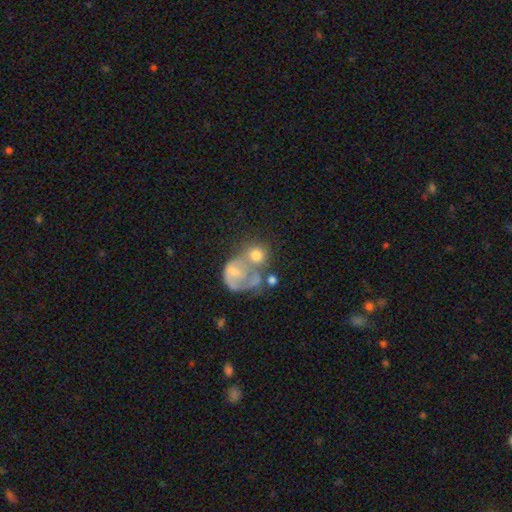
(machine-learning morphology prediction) smooth-or-featured: smooth: 52% | featured or disk: 36% | star or artifact: 11%
  how-rounded: round: 72% | in between: 27% | cigar-shaped: 1%
  merging: merger: 45% | none: 26% | major disturbance: 17% | minor disturbance: 12%